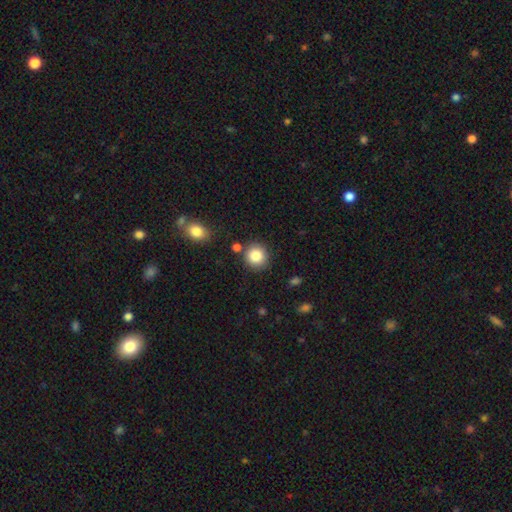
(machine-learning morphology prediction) Smooth or featured?
  - smooth: 85% *
  - star or artifact: 9%
  - featured or disk: 6%
How rounded?
  - round: 91% *
  - in between: 8%
  - cigar-shaped: 1%
Merging?
  - none: 84% *
  - minor disturbance: 8%
  - merger: 6%
  - major disturbance: 3%